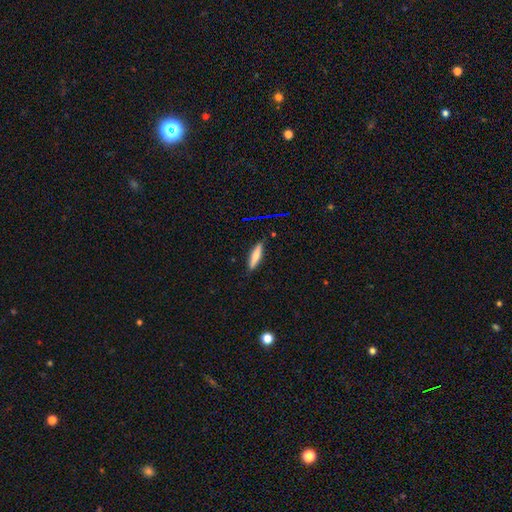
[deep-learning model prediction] smooth 75%, featured or disk 18%, star or artifact 7%. Down the decision tree: how rounded — cigar-shaped (80%); merging — none (86%).